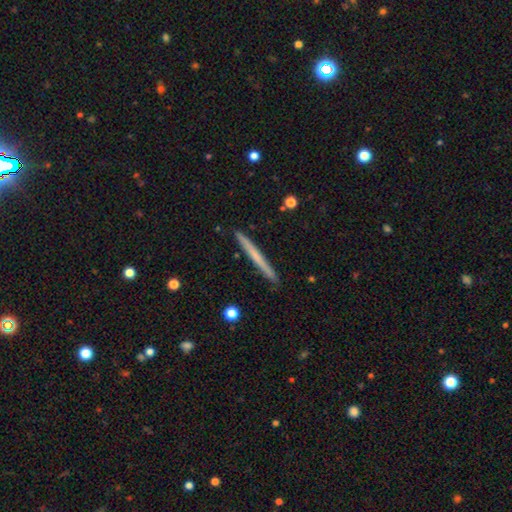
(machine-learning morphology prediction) type=smooth (53%); roundness=cigar-shaped (97%); merging=none (92%).